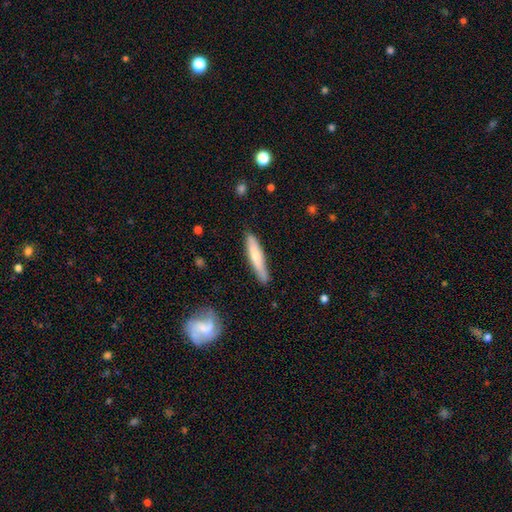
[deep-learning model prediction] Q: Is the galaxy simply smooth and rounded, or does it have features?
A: smooth — 61%.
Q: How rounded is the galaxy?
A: cigar-shaped — 89%.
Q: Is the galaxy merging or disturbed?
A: none — 81%.